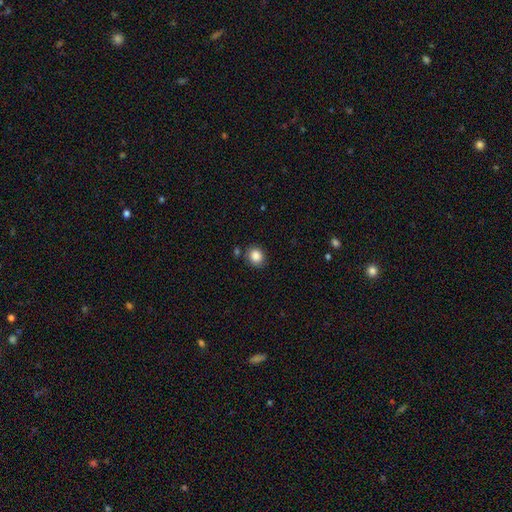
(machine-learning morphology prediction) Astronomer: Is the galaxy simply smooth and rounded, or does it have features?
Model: smooth — 86%.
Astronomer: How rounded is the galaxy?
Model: round — 72%.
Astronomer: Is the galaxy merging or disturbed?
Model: none — 81%.